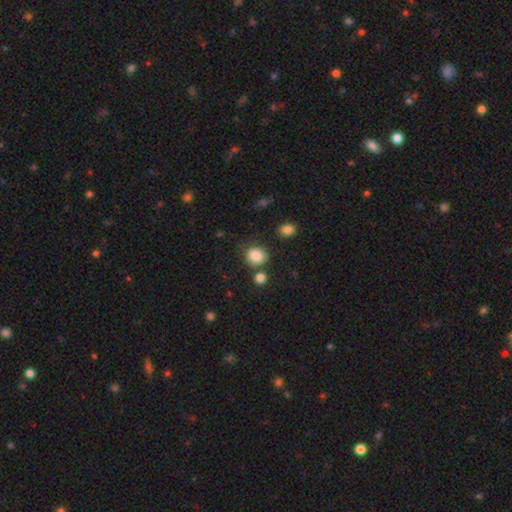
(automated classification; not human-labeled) smooth 86%, star or artifact 10%, featured or disk 5%. Down the decision tree: how rounded — round (74%); merging — none (69%).